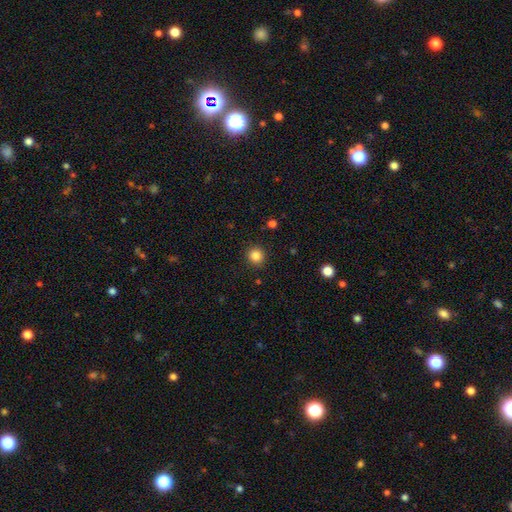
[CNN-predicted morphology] Smooth or featured: smooth — 85% (star or artifact — 12%)
How rounded: round — 92% (in between — 7%)
Merging: none — 91% (minor disturbance — 6%)